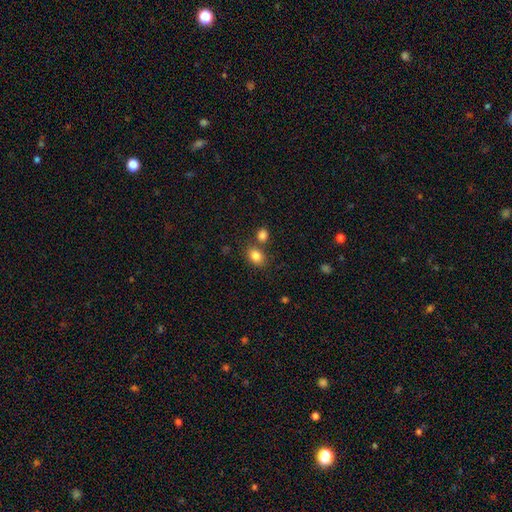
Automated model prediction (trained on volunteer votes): A smooth galaxy with no disk features (84%) that is in between round and cigar-shaped (67%). Merging: none (66%).